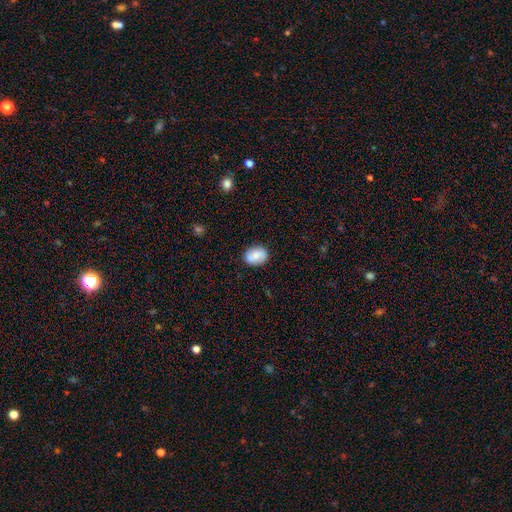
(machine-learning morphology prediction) A smooth galaxy with no disk features (72%) that is in between round and cigar-shaped (67%).

Vote fractions:
- Smooth or featured? smooth: 72% / featured or disk: 21% / star or artifact: 8%
- How rounded? in between: 67% / round: 31% / cigar-shaped: 1%
- Merging? none: 84% / minor disturbance: 11% / major disturbance: 3% / merger: 2%